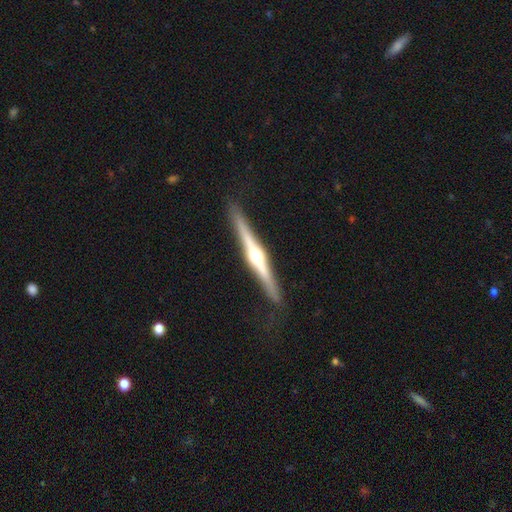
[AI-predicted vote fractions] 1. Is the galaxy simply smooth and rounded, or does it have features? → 82% featured or disk, 14% smooth, 5% star or artifact.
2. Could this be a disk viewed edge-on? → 98% yes, 2% no.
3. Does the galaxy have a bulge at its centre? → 90% rounded, 6% boxy, 4% none.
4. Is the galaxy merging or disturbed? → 89% none, 8% minor disturbance, 2% major disturbance, 1% merger.